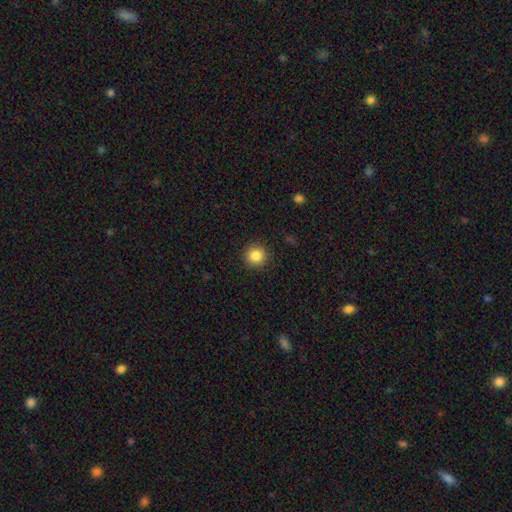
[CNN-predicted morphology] type=smooth (85%); roundness=round (94%); merging=none (92%).